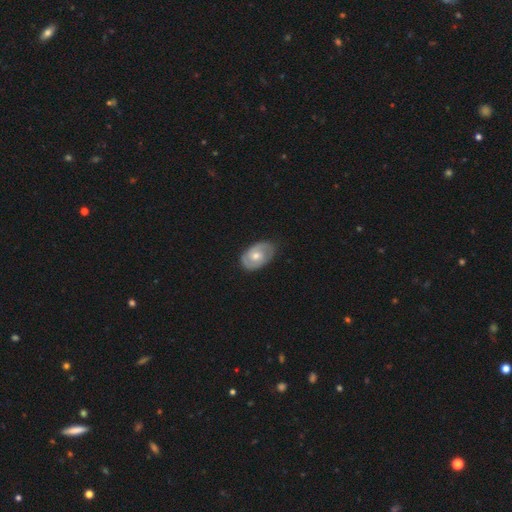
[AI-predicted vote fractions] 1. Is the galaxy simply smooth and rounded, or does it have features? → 65% featured or disk, 30% smooth, 5% star or artifact.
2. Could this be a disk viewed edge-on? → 95% no, 5% yes.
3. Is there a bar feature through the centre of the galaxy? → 69% no, 27% weak, 4% strong.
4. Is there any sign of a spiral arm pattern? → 78% yes, 22% no.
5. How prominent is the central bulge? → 66% moderate, 28% small, 4% large, 1% none, 1% dominant.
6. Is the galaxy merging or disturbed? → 74% none, 20% minor disturbance, 5% major disturbance, 1% merger.